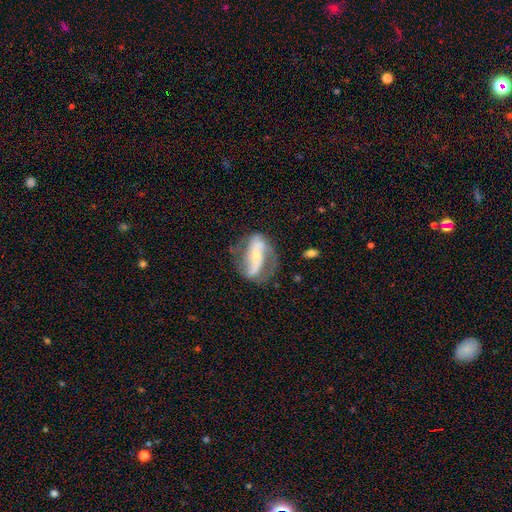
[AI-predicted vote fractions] smooth-or-featured: featured or disk: 84% | smooth: 11% | star or artifact: 6%
  disk-edge-on: no: 92% | yes: 8%
    bar: strong: 54% | no: 25% | weak: 20%
    has-spiral-arms: yes: 90% | no: 10%
      spiral-winding: loose: 47% | medium: 35% | tight: 18%
      spiral-arm-count: 2: 87% | can't tell: 5% | 1: 4% | 3: 1% | 4: 1% | more than 4: 1%
    bulge-size: small: 57% | moderate: 39% | large: 2% | none: 1% | dominant: 1%
  merging: none: 65% | minor disturbance: 20% | major disturbance: 12% | merger: 2%